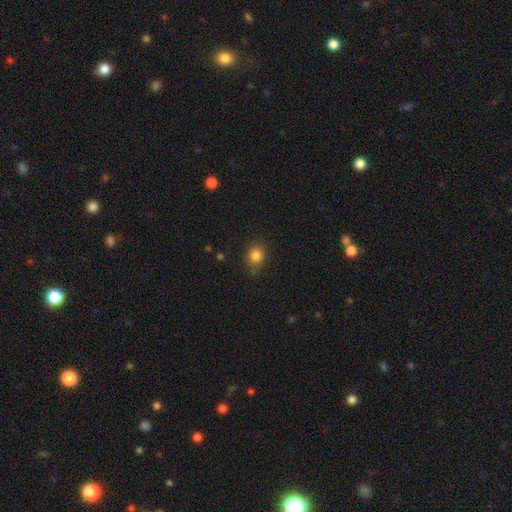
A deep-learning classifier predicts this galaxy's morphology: smooth_or_featured: smooth (p=0.84) [alt: star or artifact p=0.11]
how_rounded: round (p=0.73) [alt: in between p=0.26]
merging: none (p=0.79) [alt: minor disturbance p=0.16]